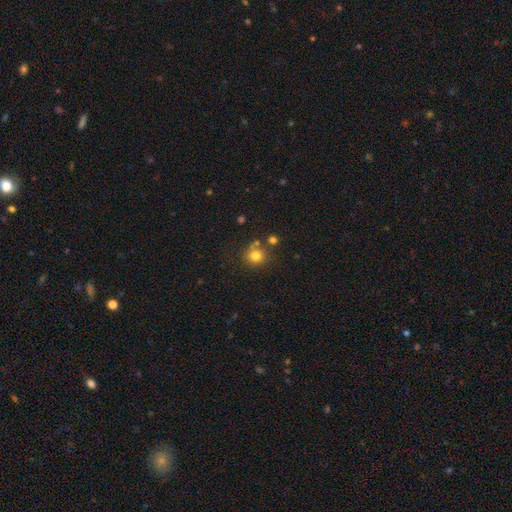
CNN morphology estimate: Smooth or featured?
  - smooth: 78% *
  - star or artifact: 14%
  - featured or disk: 7%
How rounded?
  - round: 89% *
  - in between: 10%
  - cigar-shaped: 1%
Merging?
  - none: 73% *
  - merger: 14%
  - minor disturbance: 10%
  - major disturbance: 4%